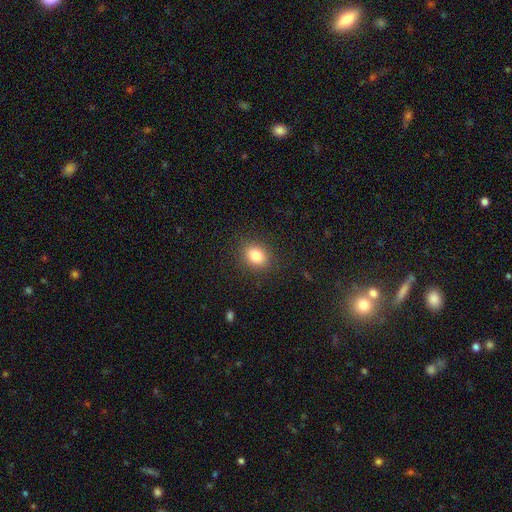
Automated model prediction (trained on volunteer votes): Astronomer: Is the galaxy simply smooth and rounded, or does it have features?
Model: smooth — 83%.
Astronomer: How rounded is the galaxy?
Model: in between — 55% (runner-up: round, 44%).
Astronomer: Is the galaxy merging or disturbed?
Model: none — 87%.